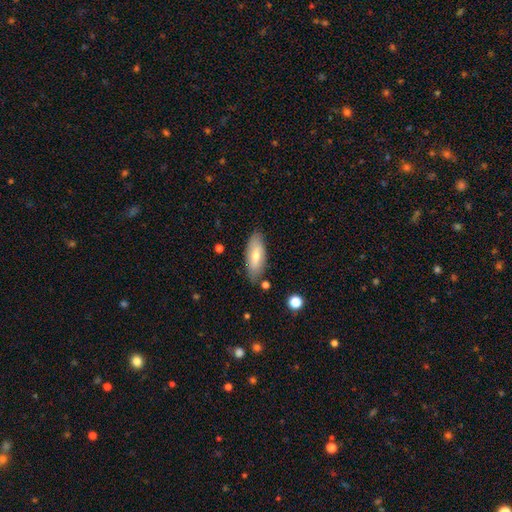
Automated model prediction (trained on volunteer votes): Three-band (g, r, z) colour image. It shows a smooth galaxy with no disk features (67%) that is in between round and cigar-shaped (79%). Merging: none (80%).